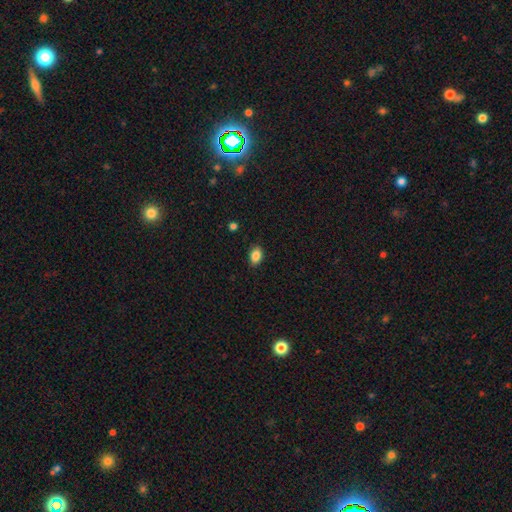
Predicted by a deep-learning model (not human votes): Smooth or featured?
  - smooth: 86% *
  - star or artifact: 9%
  - featured or disk: 5%
How rounded?
  - in between: 85% *
  - round: 14%
  - cigar-shaped: 2%
Merging?
  - none: 87% *
  - minor disturbance: 10%
  - major disturbance: 2%
  - merger: 1%